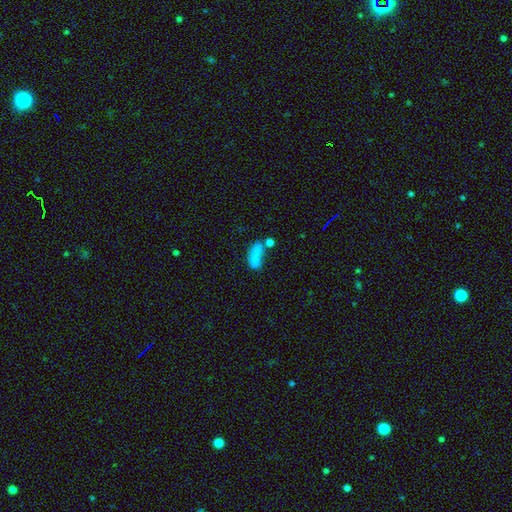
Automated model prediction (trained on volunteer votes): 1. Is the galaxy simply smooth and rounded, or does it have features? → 77% smooth, 12% featured or disk, 11% star or artifact.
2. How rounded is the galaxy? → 65% in between, 30% cigar-shaped, 4% round.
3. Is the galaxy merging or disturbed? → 37% none, 29% merger, 19% minor disturbance, 15% major disturbance.